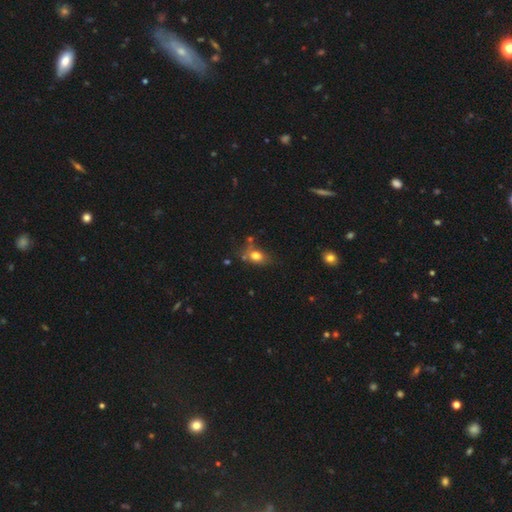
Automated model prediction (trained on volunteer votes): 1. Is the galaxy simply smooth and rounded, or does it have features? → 76% smooth, 12% featured or disk, 12% star or artifact.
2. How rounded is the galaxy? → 70% in between, 28% round, 3% cigar-shaped.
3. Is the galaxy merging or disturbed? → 52% none, 24% minor disturbance, 13% merger, 10% major disturbance.